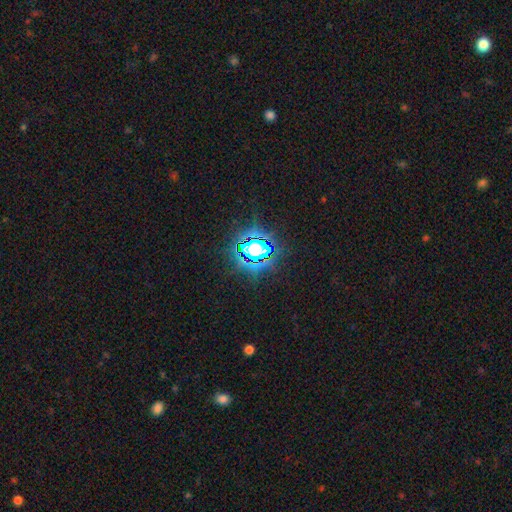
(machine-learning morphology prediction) smooth-or-featured: star or artifact: 80% | smooth: 13% | featured or disk: 7%